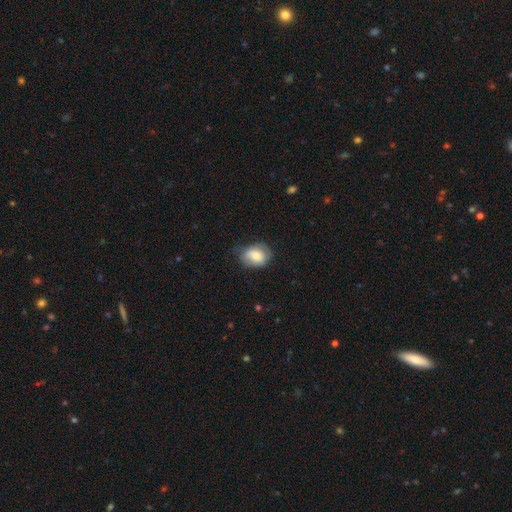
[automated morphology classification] This is likely a smooth galaxy (74%). How rounded: likely in between (64%). Merging: possibly none (53%).